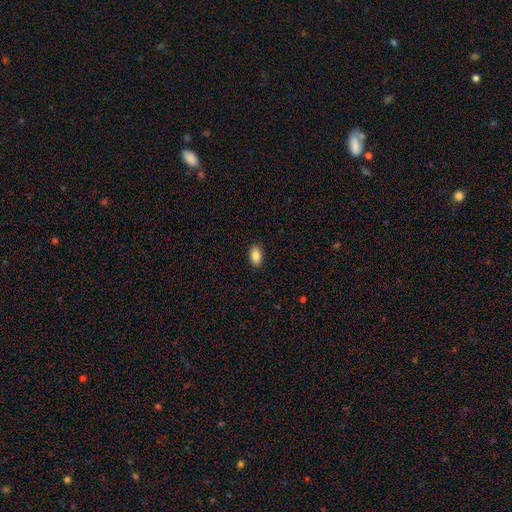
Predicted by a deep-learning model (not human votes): This is clearly a smooth galaxy (85%). How rounded: clearly in between (92%). Merging: clearly none (90%).